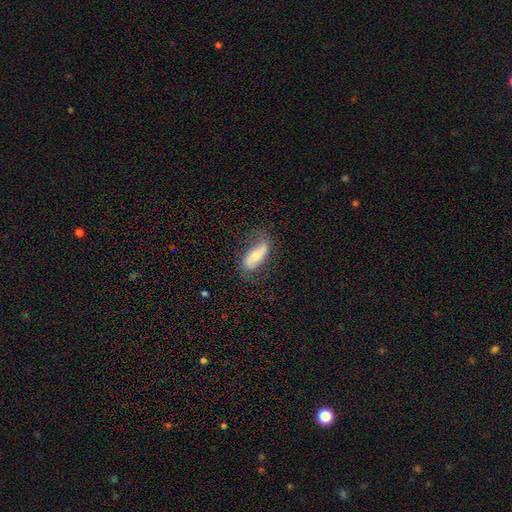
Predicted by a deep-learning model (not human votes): Morphology: type=featured or disk (53%); edge-on=no (86%); merging=none (68%).